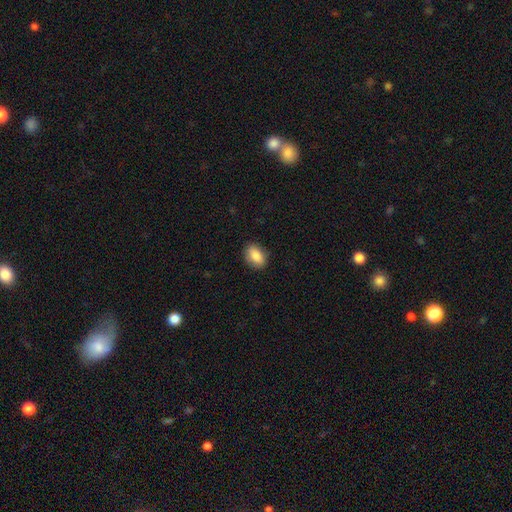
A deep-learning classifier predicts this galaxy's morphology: This is clearly a smooth galaxy (87%). How rounded: clearly in between (87%). Merging: clearly none (87%).